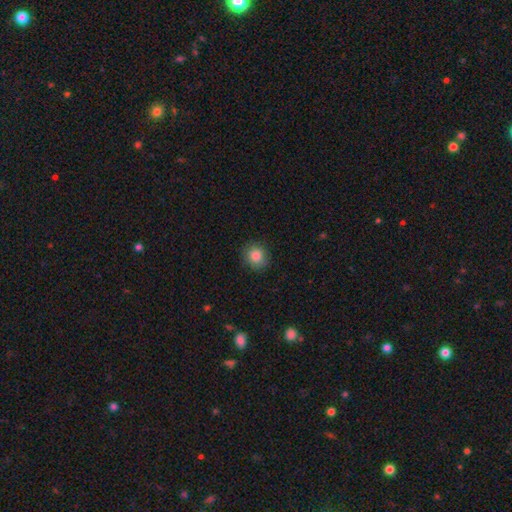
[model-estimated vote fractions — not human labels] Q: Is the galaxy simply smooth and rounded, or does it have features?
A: smooth — 85%.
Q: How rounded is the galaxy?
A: round — 84%.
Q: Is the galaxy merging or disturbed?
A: none — 86%.